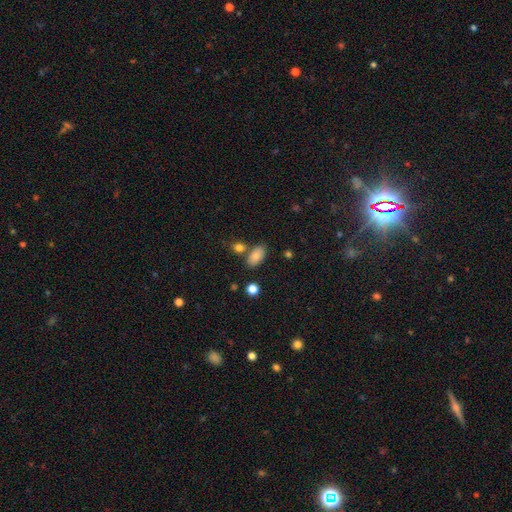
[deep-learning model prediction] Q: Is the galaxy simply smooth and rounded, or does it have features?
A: smooth — 82%.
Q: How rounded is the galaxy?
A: in between — 91%.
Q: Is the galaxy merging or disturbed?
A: none — 72%.